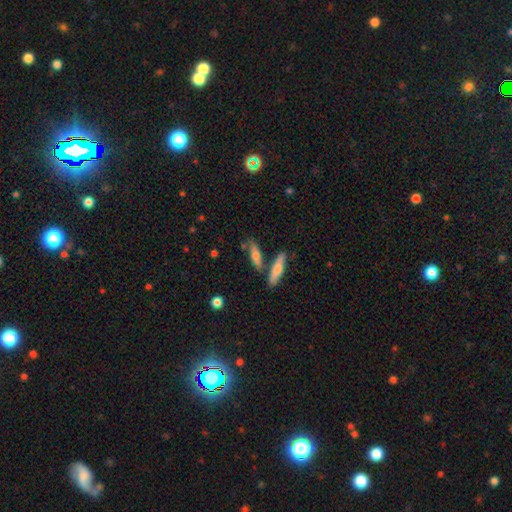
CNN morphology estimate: A smooth galaxy with no disk features (63%) that is cigar-shaped (64%).

Vote fractions:
- Smooth or featured? smooth: 63% / featured or disk: 29% / star or artifact: 8%
- How rounded? cigar-shaped: 64% / in between: 33% / round: 3%
- Merging? none: 61% / merger: 22% / minor disturbance: 13% / major disturbance: 4%